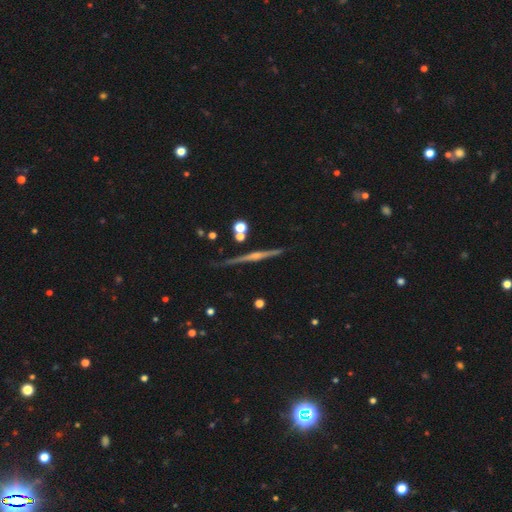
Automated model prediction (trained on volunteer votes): Q: Smooth or featured?
A: featured or disk (78%); runner-up: smooth (15%)
Q: Edge-on disk?
A: yes (98%); runner-up: no (2%)
Q: Edge-on bulge?
A: rounded (69%); runner-up: none (22%)
Q: Merging?
A: none (85%); runner-up: minor disturbance (10%)